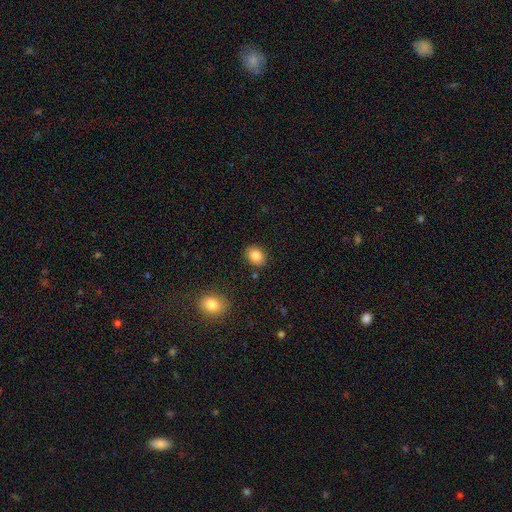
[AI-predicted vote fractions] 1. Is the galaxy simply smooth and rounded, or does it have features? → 85% smooth, 9% star or artifact, 6% featured or disk.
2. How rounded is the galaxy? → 63% in between, 36% round, 1% cigar-shaped.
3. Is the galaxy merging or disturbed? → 85% none, 10% minor disturbance, 2% major disturbance, 2% merger.